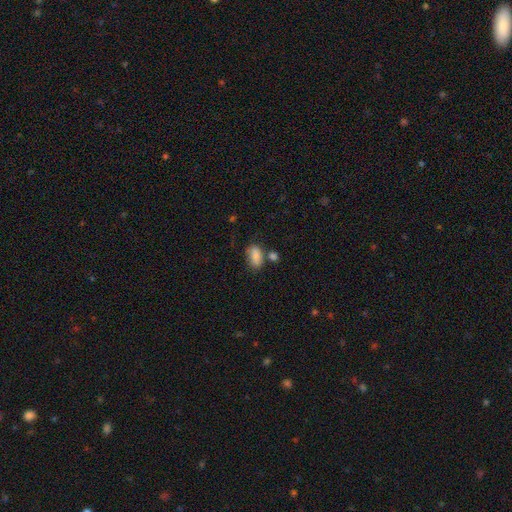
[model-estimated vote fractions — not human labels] Smooth or featured?
  - smooth: 83% *
  - featured or disk: 9%
  - star or artifact: 8%
How rounded?
  - in between: 90% *
  - round: 7%
  - cigar-shaped: 2%
Merging?
  - none: 60% *
  - minor disturbance: 19%
  - merger: 16%
  - major disturbance: 6%